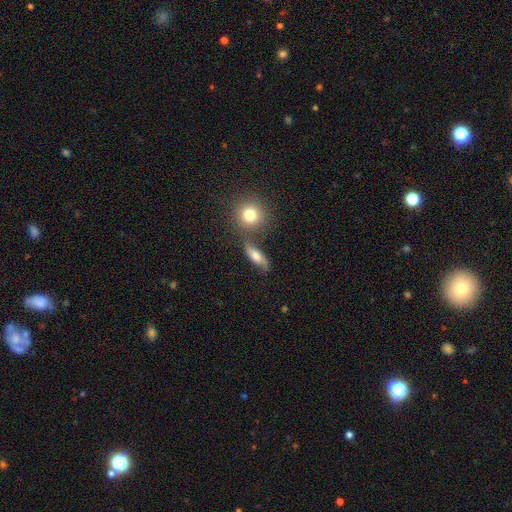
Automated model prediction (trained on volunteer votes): Smooth or featured? Predicted: smooth (p=0.60). How rounded? Predicted: in between (p=0.57). Merging? Predicted: none (p=0.62).